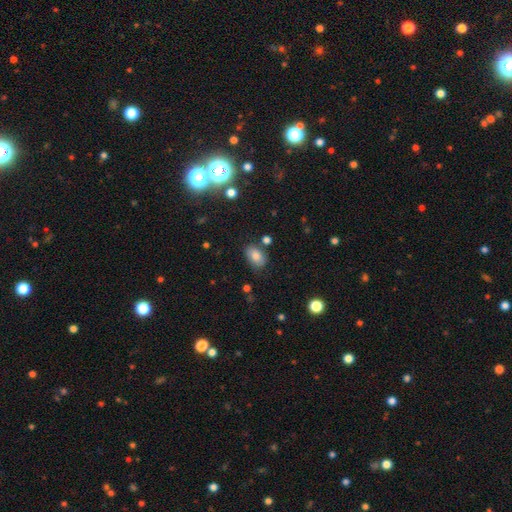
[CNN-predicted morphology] Smooth or featured: smooth — 79% (featured or disk — 11%)
How rounded: in between — 85% (round — 14%)
Merging: none — 75% (minor disturbance — 16%)